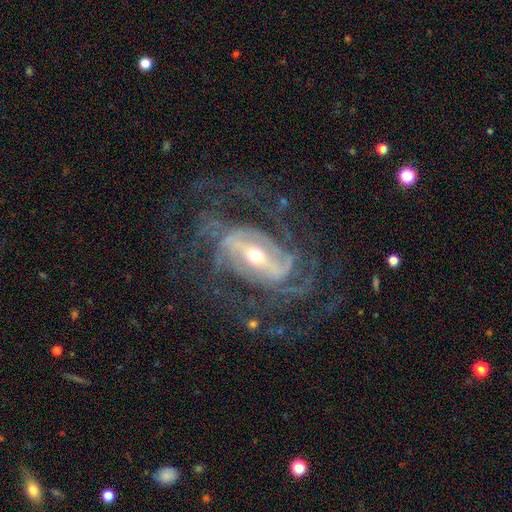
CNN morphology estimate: Overall: featured or disk (90%). Edge-on disk: no (95%). Bar: strong (62%; weak 27%). Spiral arms: yes (96%). Spiral arm count: 2 (29%; can't tell 21%). Spiral winding: tight (44%; medium 42%). Bulge size: small (47%, tied with moderate). Merging: none (67%).